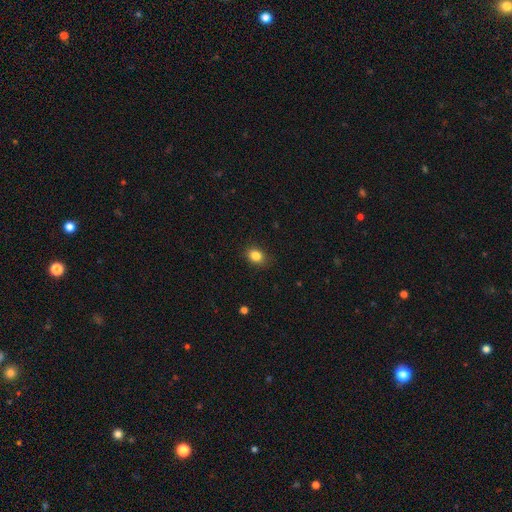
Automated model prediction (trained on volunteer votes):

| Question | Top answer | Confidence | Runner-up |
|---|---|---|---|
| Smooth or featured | smooth | 85% | star or artifact (10%) |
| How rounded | in between | 58% | round (41%) |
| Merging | none | 85% | minor disturbance (11%) |